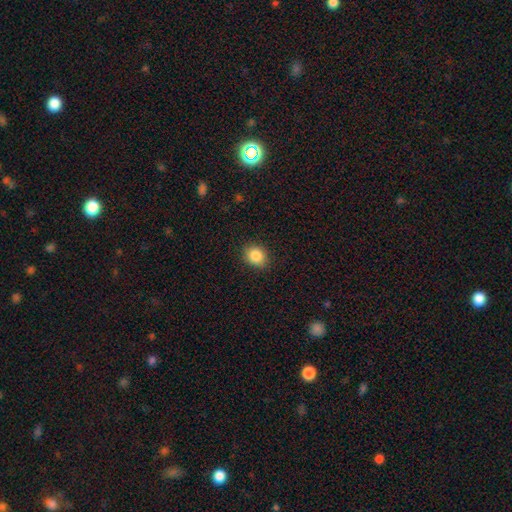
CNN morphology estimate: Q: Smooth or featured?
A: smooth (86%); runner-up: star or artifact (9%)
Q: How rounded?
A: round (62%); runner-up: in between (37%)
Q: Merging?
A: none (89%); runner-up: minor disturbance (8%)